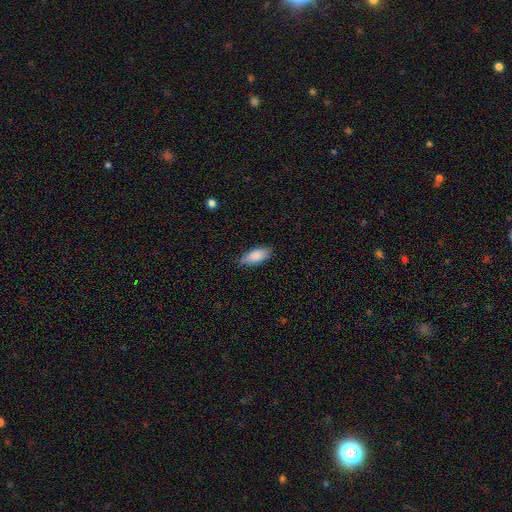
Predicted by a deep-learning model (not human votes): smooth-or-featured: smooth: 84% | featured or disk: 10% | star or artifact: 6%
  how-rounded: in between: 82% | cigar-shaped: 16% | round: 2%
  merging: none: 83% | minor disturbance: 14% | major disturbance: 2% | merger: 1%